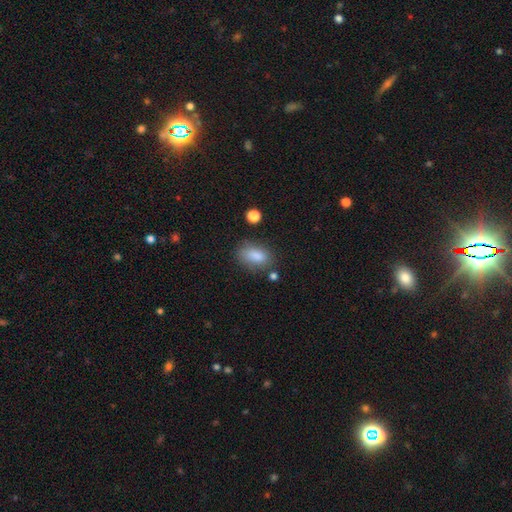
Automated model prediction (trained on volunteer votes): Morphology: type=smooth (85%); roundness=in between (87%); merging=none (67%).